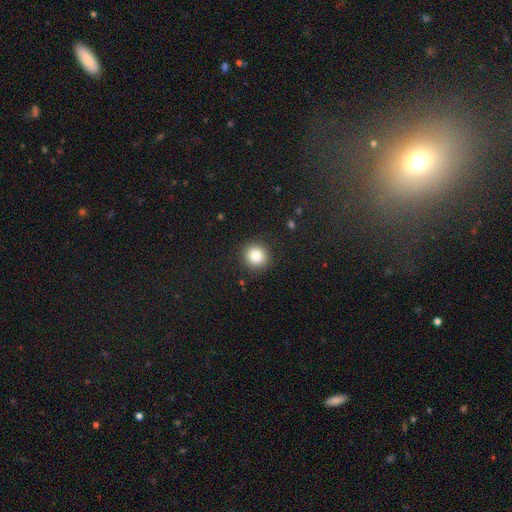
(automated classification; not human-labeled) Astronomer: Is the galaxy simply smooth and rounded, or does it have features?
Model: smooth — 84%.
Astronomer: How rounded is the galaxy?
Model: round — 90%.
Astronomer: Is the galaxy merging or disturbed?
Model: none — 91%.